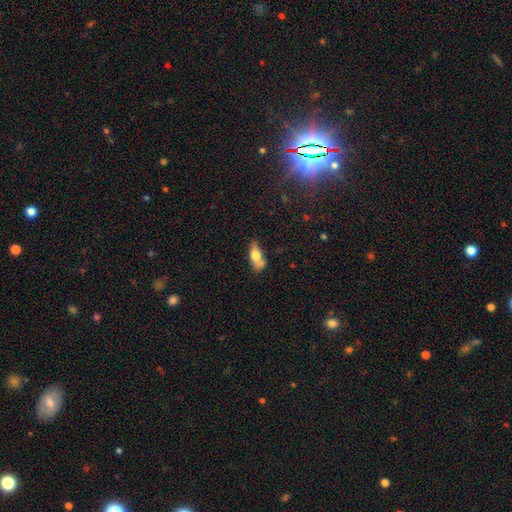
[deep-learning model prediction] smooth 63%, featured or disk 29%, star or artifact 8%. Down the decision tree: how rounded — in between (76%); merging — none (42%).